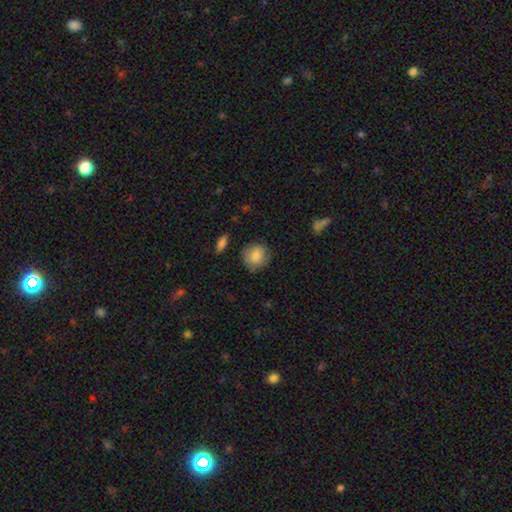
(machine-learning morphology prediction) Q: Smooth or featured?
A: smooth (85%); runner-up: featured or disk (8%)
Q: How rounded?
A: round (87%); runner-up: in between (12%)
Q: Merging?
A: none (81%); runner-up: minor disturbance (14%)